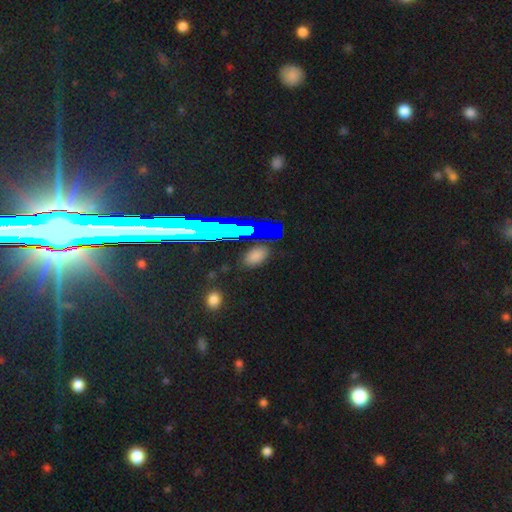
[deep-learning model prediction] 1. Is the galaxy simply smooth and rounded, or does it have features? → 57% smooth, 30% star or artifact, 13% featured or disk.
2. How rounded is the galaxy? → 76% in between, 20% round, 4% cigar-shaped.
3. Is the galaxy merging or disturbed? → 83% none, 11% minor disturbance, 4% major disturbance, 3% merger.